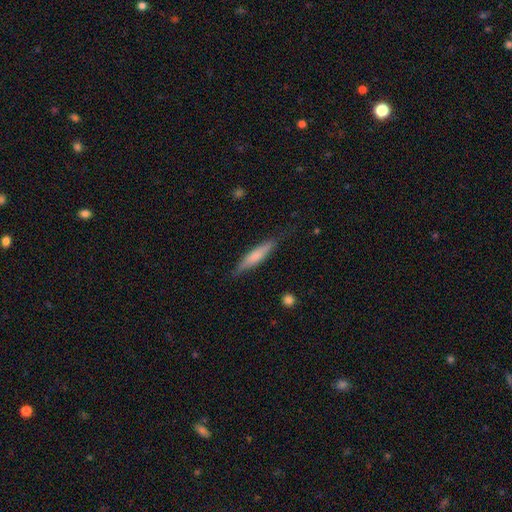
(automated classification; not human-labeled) Smooth or featured?
  - smooth: 63% *
  - featured or disk: 31%
  - star or artifact: 6%
How rounded?
  - cigar-shaped: 84% *
  - in between: 15%
  - round: 2%
Merging?
  - none: 80% *
  - minor disturbance: 16%
  - major disturbance: 3%
  - merger: 1%